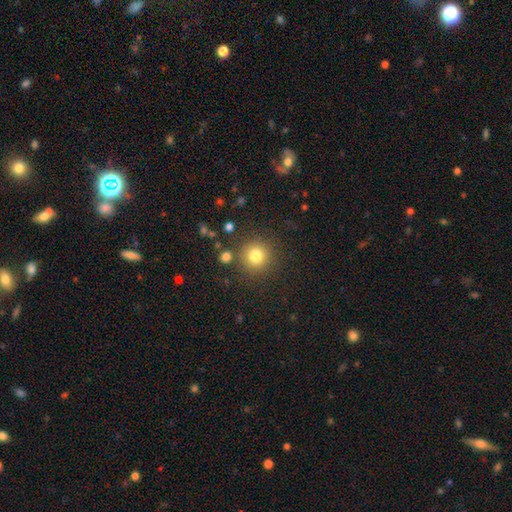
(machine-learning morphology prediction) Smooth or featured: smooth — 80% (star or artifact — 13%)
How rounded: round — 94% (in between — 5%)
Merging: none — 85% (minor disturbance — 7%)